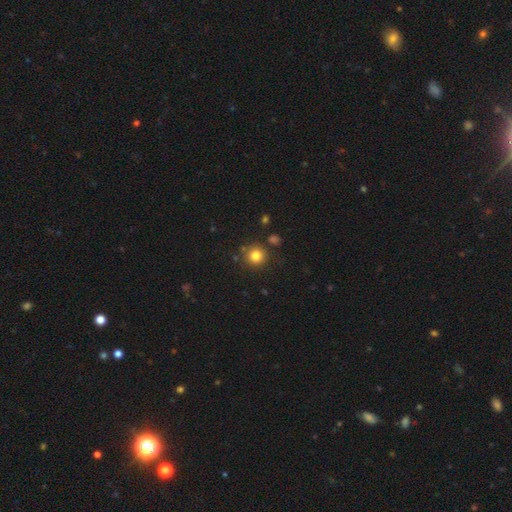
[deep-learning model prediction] This appears to be a smooth galaxy with no disk features (82%) that is round (93%). Merging: none (84%).